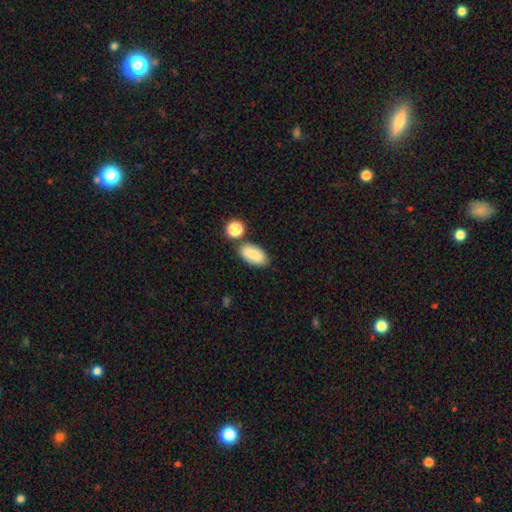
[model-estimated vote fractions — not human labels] smooth 80%, featured or disk 11%, star or artifact 8%. Down the decision tree: how rounded — in between (89%); merging — none (72%).